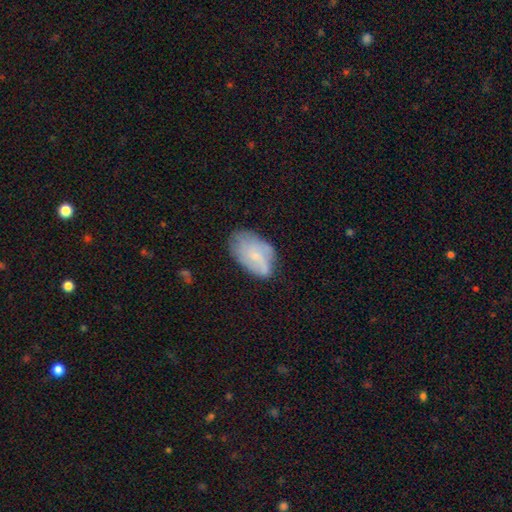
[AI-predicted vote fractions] This is possibly a smooth galaxy (47%). Merging: possibly none (54%).